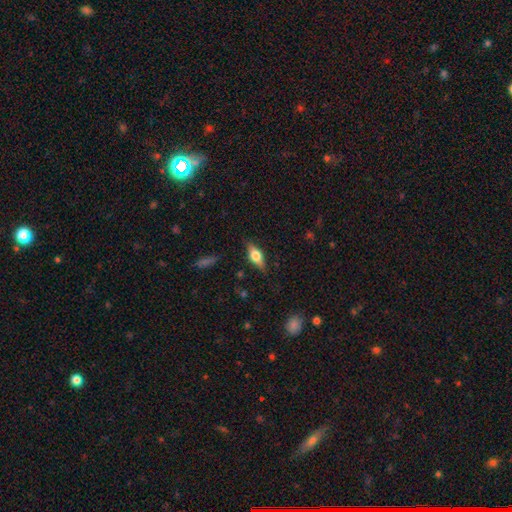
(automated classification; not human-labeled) This appears to be a smooth galaxy with no disk features (52%) that is in between round and cigar-shaped (70%). Merging: none (81%).